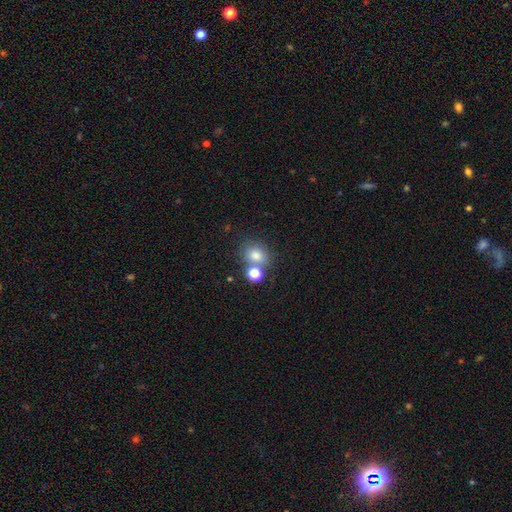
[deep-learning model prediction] Smooth or featured? smooth (78%)
How rounded? round (62%)
Merging? none (58%)